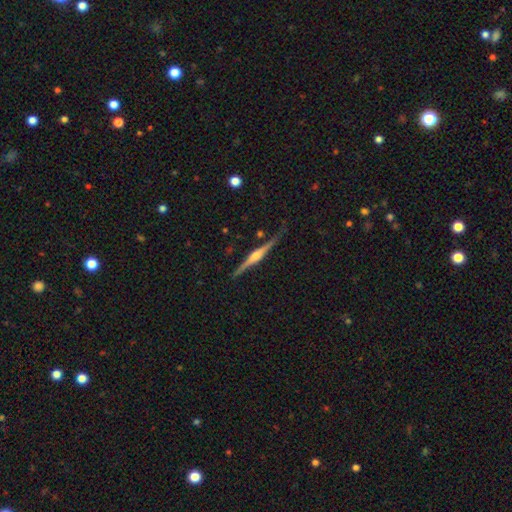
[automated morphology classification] featured or disk 85%, smooth 10%, star or artifact 5%. Down the decision tree: edge-on disk — yes (98%); edge-on bulge — rounded (89%); merging — none (82%).